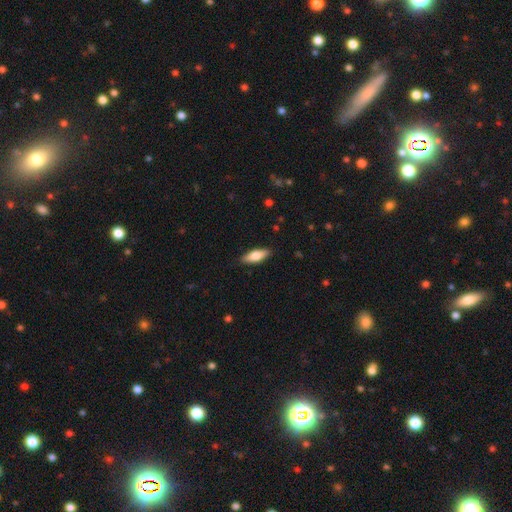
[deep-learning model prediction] Smooth or featured? Predicted: smooth (p=0.70). How rounded? Predicted: in between (p=0.65). Merging? Predicted: none (p=0.88).